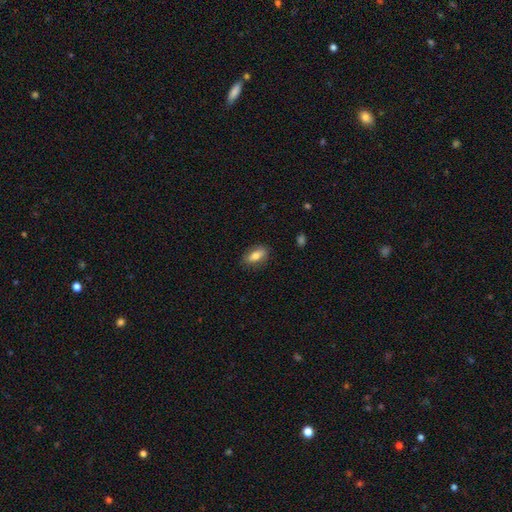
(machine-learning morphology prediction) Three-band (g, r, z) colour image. It shows a smooth galaxy with no disk features (76%) that is in between round and cigar-shaped (84%). Merging: none (83%).